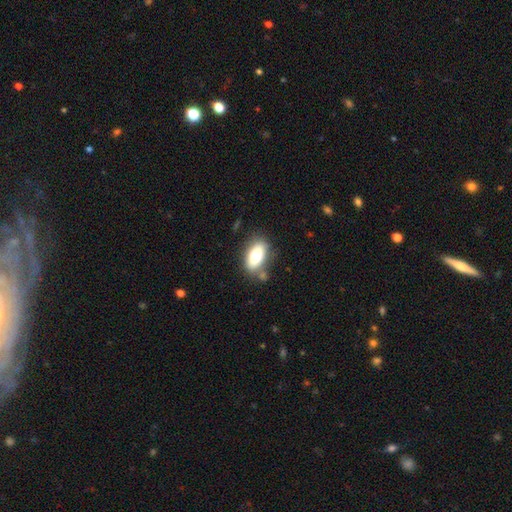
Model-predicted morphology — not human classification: A smooth galaxy with no disk features (75%) that is in between round and cigar-shaped (89%).

Vote fractions:
- Smooth or featured? smooth: 75% / featured or disk: 18% / star or artifact: 7%
- How rounded? in between: 89% / cigar-shaped: 6% / round: 5%
- Merging? none: 71% / minor disturbance: 16% / merger: 8% / major disturbance: 5%